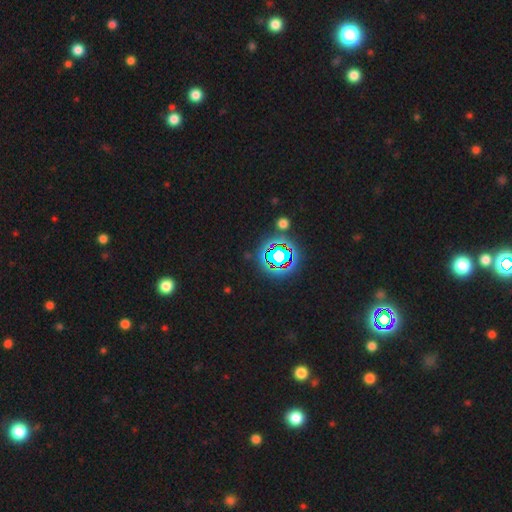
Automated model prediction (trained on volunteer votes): Smooth or featured? star or artifact (80%)